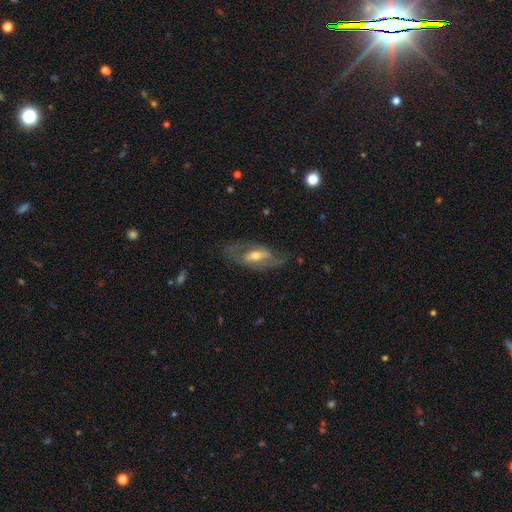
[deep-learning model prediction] Smooth or featured: featured or disk — 73% (smooth — 21%)
Edge-on disk: no — 89% (yes — 11%)
Bar: weak — 40% (strong — 34%)
Spiral arms: yes — 76% (no — 24%)
Bulge size: moderate — 60% (small — 31%)
Merging: none — 69% (minor disturbance — 17%)